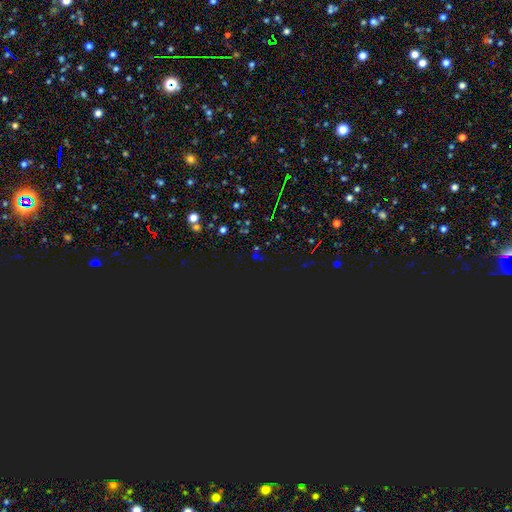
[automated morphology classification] A star or artifact, not a galaxy (71%).

Vote fractions:
- Smooth or featured? star or artifact: 71% / smooth: 21% / featured or disk: 8%